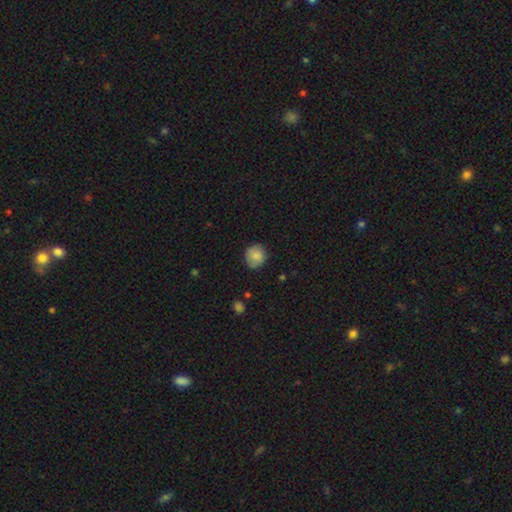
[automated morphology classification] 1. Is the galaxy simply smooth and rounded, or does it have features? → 83% smooth, 9% featured or disk, 8% star or artifact.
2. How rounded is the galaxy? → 87% round, 12% in between, 1% cigar-shaped.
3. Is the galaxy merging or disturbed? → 81% none, 14% minor disturbance, 3% major disturbance, 1% merger.